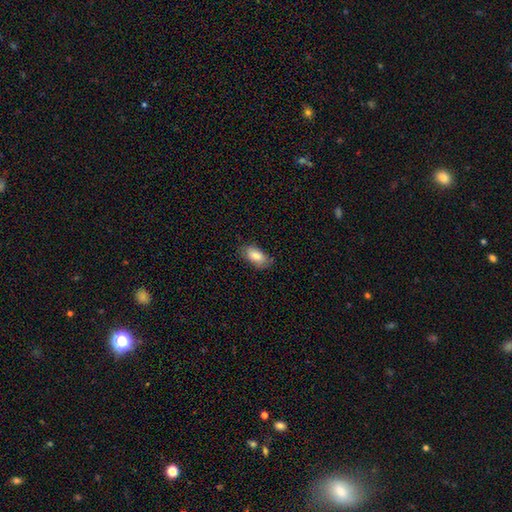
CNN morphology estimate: A smooth galaxy with no disk features (81%) that is in between round and cigar-shaped (92%). Merging: none (78%).